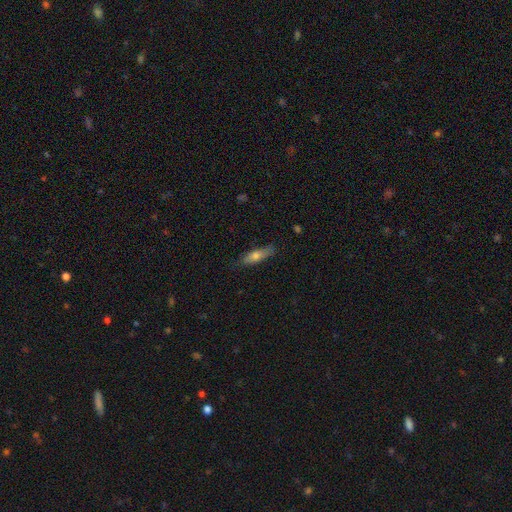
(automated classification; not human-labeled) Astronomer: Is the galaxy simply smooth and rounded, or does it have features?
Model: smooth — 63%.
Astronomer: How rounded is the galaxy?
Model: cigar-shaped — 65%.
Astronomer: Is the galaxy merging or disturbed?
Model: none — 80%.